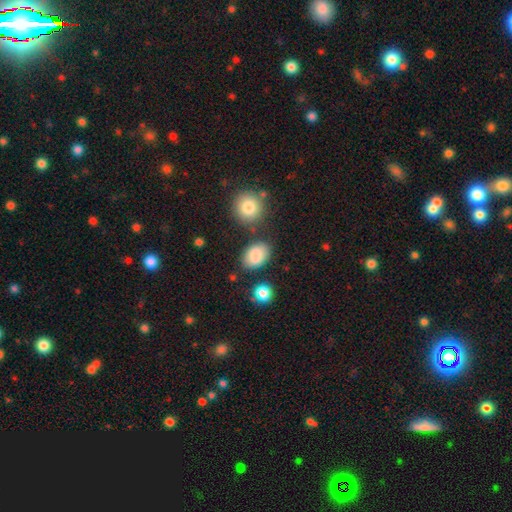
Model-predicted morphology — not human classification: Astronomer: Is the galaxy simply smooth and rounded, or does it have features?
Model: smooth — 85%.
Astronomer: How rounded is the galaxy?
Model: in between — 82%.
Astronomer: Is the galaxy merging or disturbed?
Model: none — 76%.